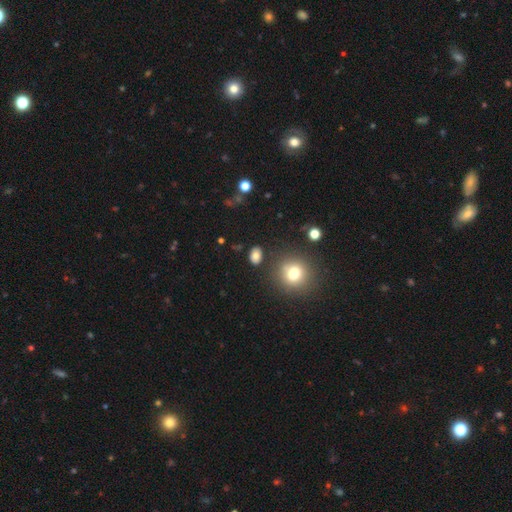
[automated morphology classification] A smooth galaxy with no disk features (76%) that is in between round and cigar-shaped (70%). Merging: none (82%).